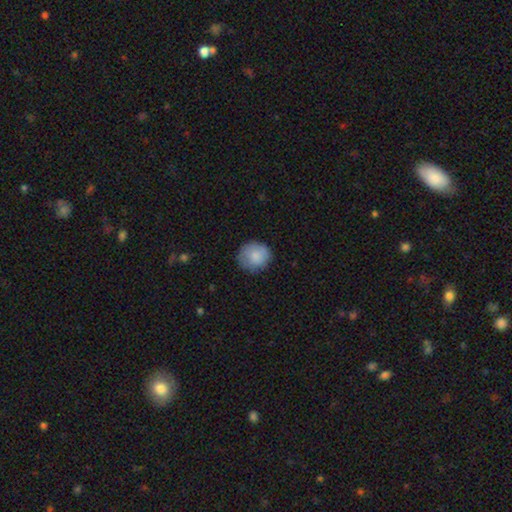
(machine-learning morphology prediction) A smooth galaxy with no disk features (83%) that is round (86%). Merging: none (79%).